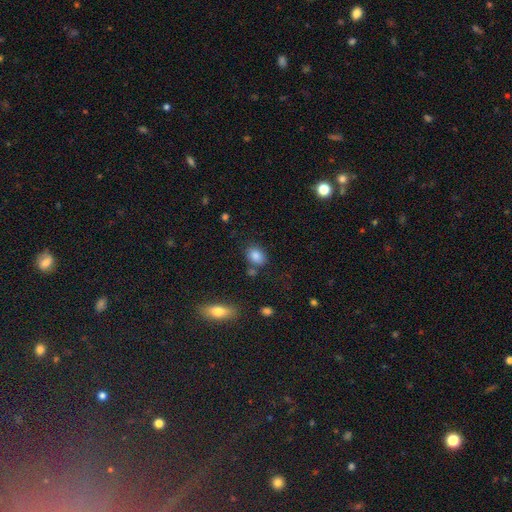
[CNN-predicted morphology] Smooth or featured: smooth — 84% (star or artifact — 9%)
How rounded: in between — 72% (round — 26%)
Merging: none — 73% (minor disturbance — 14%)